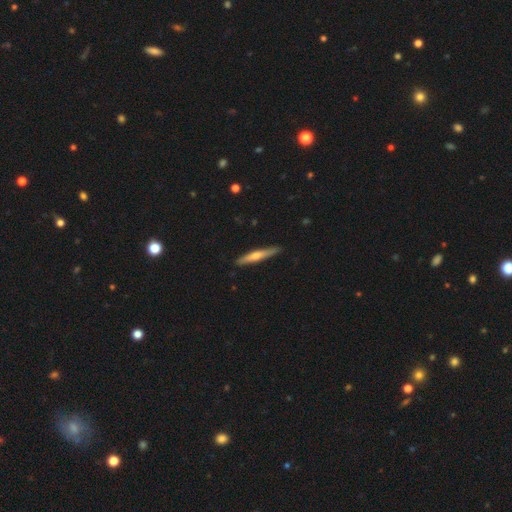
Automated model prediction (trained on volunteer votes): A smooth galaxy with no disk features (48%).

Vote fractions:
- Smooth or featured? smooth: 48% / featured or disk: 47% / star or artifact: 5%
- Merging? none: 88% / minor disturbance: 9% / major disturbance: 2% / merger: 1%